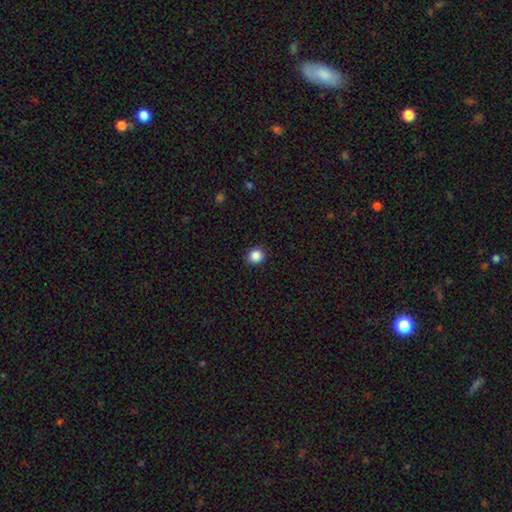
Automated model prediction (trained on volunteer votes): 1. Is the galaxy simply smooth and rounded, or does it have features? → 87% smooth, 10% star or artifact, 3% featured or disk.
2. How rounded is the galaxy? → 87% round, 12% in between, 1% cigar-shaped.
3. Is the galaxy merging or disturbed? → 90% none, 7% minor disturbance, 2% major disturbance, 1% merger.